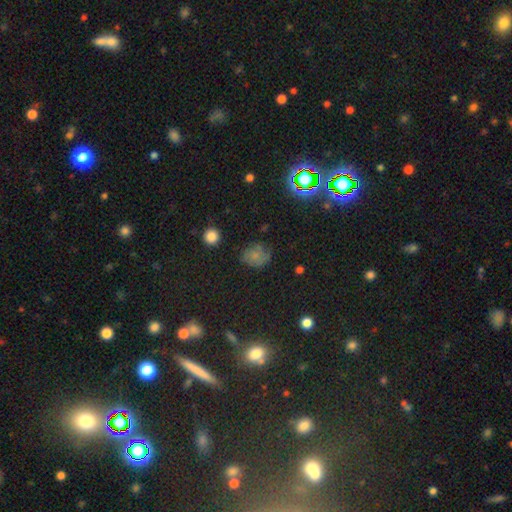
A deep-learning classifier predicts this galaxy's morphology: A smooth galaxy with no disk features (58%) that is round (69%).

Vote fractions:
- Smooth or featured? smooth: 58% / star or artifact: 24% / featured or disk: 18%
- How rounded? round: 69% / in between: 30% / cigar-shaped: 1%
- Merging? none: 62% / minor disturbance: 24% / major disturbance: 11% / merger: 3%